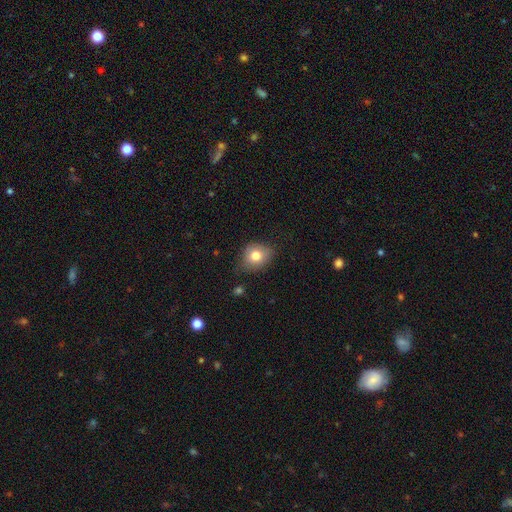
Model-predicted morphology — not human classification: The model was most divided on "how rounded": round: 57%, in between: 42%, cigar-shaped: 1%. More confident: smooth or featured — smooth (78%); merging — none (69%).